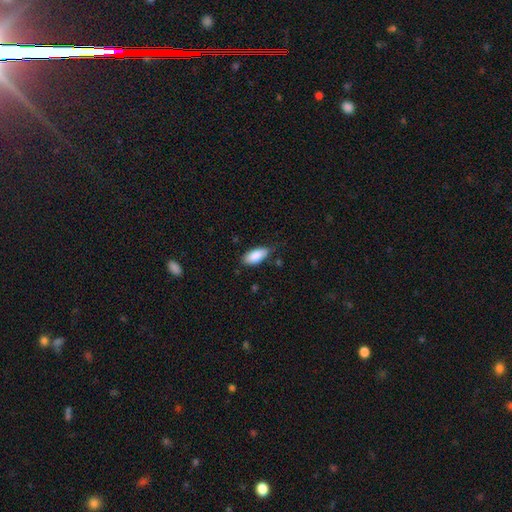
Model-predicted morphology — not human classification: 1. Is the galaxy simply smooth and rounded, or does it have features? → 87% smooth, 7% featured or disk, 6% star or artifact.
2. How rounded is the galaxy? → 89% in between, 9% cigar-shaped, 2% round.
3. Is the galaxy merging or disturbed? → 71% none, 23% minor disturbance, 4% major disturbance, 2% merger.